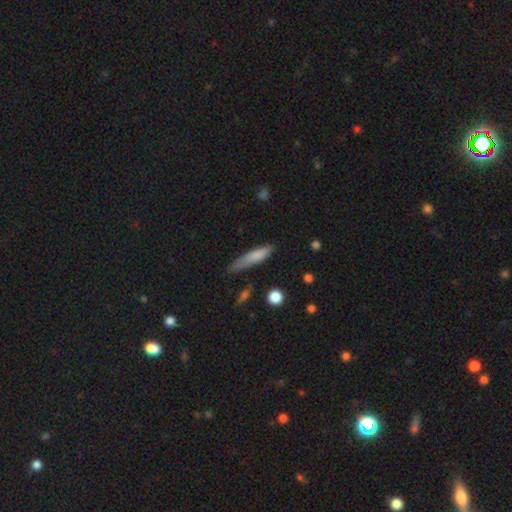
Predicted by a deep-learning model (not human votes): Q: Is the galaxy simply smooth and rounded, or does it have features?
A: smooth — 78%.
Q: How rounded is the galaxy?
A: cigar-shaped — 83%.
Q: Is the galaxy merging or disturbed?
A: none — 60%.